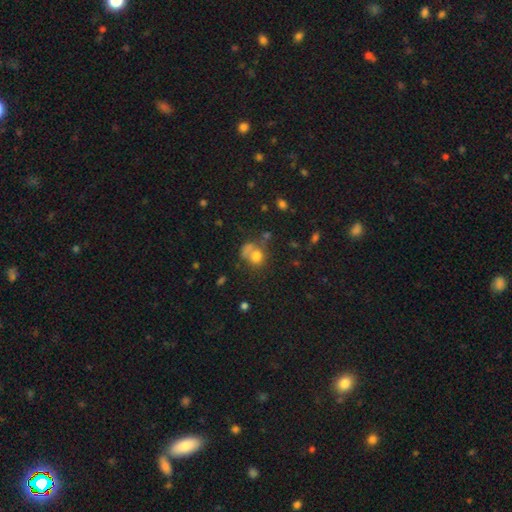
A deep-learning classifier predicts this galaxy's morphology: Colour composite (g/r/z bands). It shows a smooth galaxy with no disk features (72%) that is round (67%). Merging: none (38%).